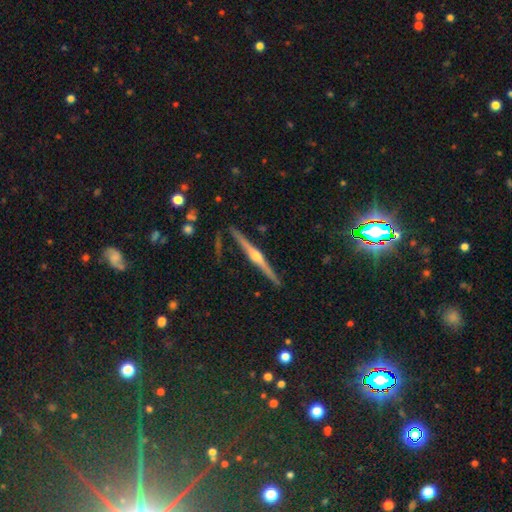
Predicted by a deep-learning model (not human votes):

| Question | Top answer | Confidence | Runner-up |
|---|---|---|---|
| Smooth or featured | featured or disk | 84% | smooth (10%) |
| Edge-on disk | yes | 99% | no (1%) |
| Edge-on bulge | rounded | 92% | boxy (4%) |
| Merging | none | 91% | minor disturbance (6%) |